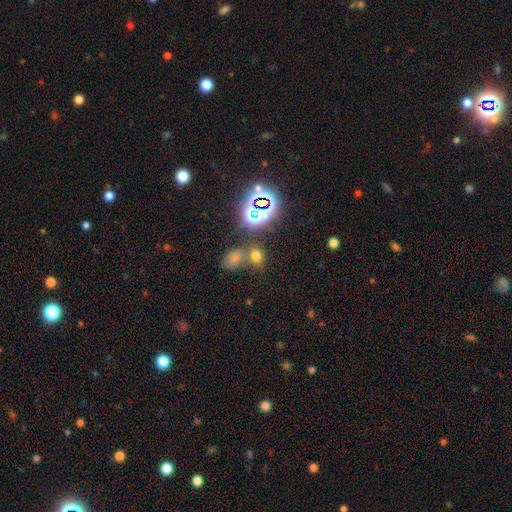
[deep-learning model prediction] Overall: smooth (57%; star or artifact 35%). How rounded: in between (56%; round 42%). Merging: none (58%; merger 27%).